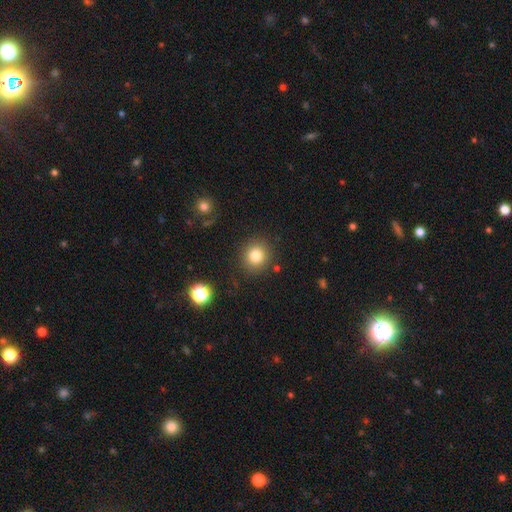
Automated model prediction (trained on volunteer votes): smooth 82%, star or artifact 12%, featured or disk 7%. Down the decision tree: how rounded — round (88%); merging — none (87%).